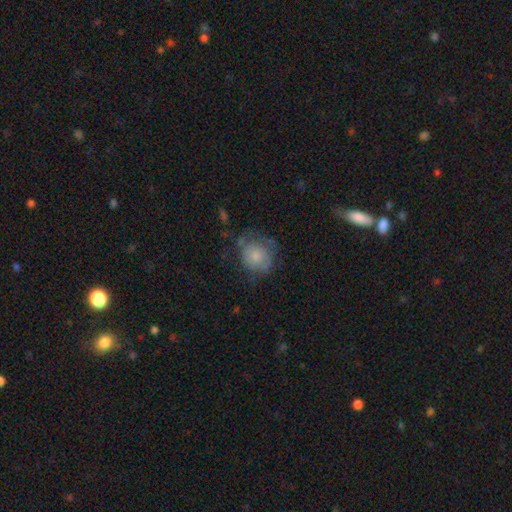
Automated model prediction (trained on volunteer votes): Smooth or featured?
  - smooth: 69% *
  - featured or disk: 22%
  - star or artifact: 9%
How rounded?
  - round: 80% *
  - in between: 19%
  - cigar-shaped: 1%
Merging?
  - none: 51% *
  - minor disturbance: 29%
  - major disturbance: 17%
  - merger: 3%